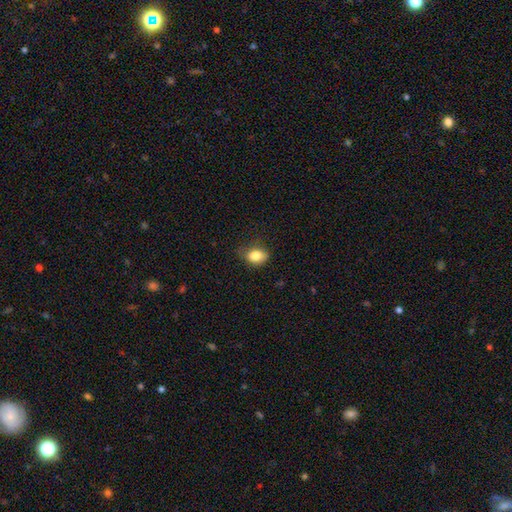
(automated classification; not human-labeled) Smooth or featured: smooth — 83% (star or artifact — 9%)
How rounded: in between — 67% (round — 32%)
Merging: none — 64% (minor disturbance — 28%)